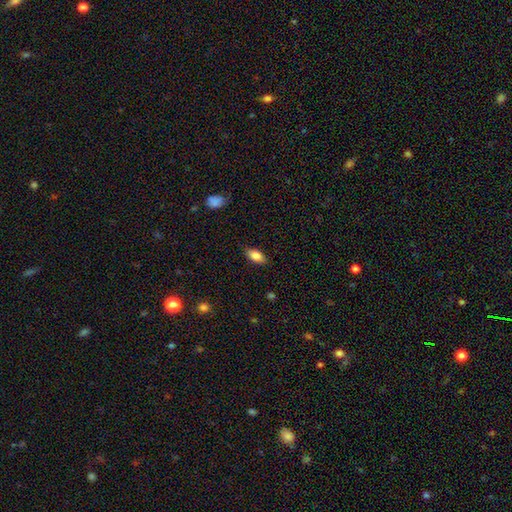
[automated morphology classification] This appears to be a smooth galaxy with no disk features (84%) that is in between round and cigar-shaped (89%). Merging: none (83%).